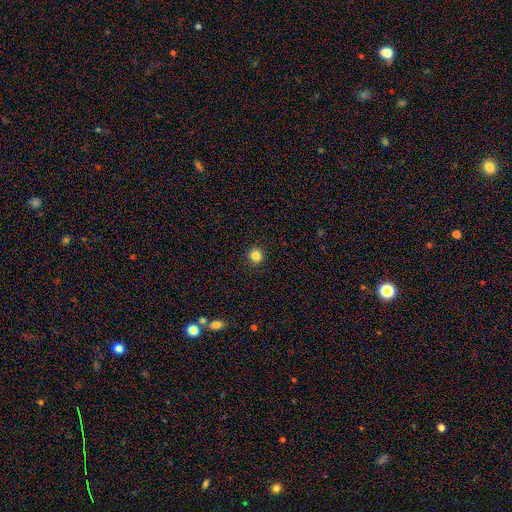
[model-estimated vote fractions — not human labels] Morphology: type=smooth (84%); roundness=round (93%); merging=none (92%).